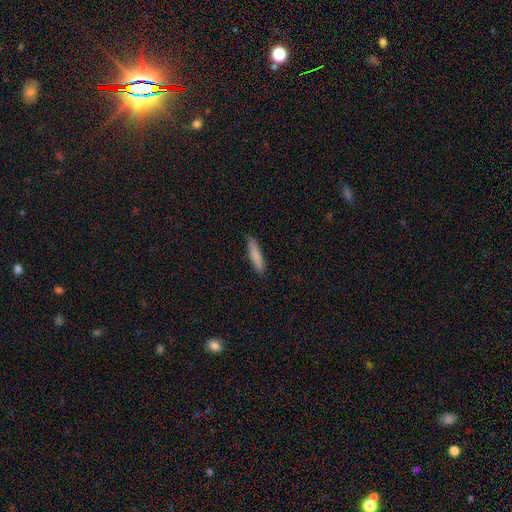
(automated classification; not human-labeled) Q: Smooth or featured?
A: smooth (82%); runner-up: featured or disk (12%)
Q: How rounded?
A: cigar-shaped (83%); runner-up: in between (15%)
Q: Merging?
A: none (87%); runner-up: minor disturbance (10%)